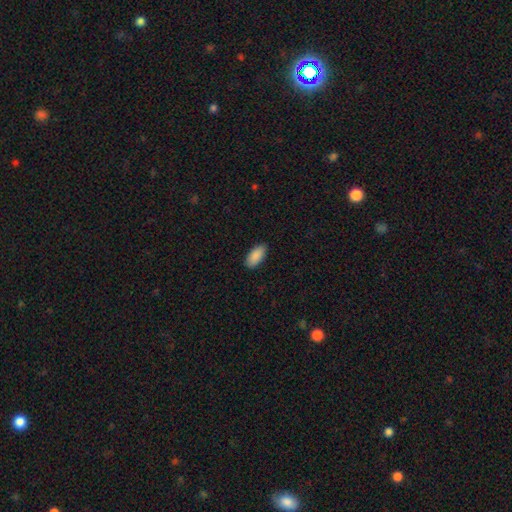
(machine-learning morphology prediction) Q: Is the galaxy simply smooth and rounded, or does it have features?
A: smooth — 90%.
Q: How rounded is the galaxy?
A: in between — 91%.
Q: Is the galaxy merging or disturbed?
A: none — 87%.